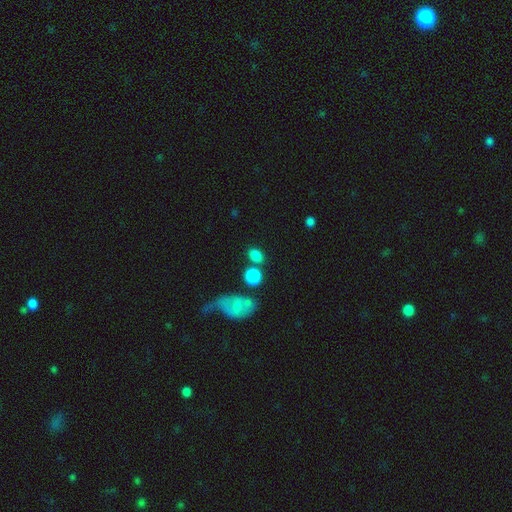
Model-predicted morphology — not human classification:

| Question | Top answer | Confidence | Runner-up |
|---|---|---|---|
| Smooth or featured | smooth | 83% | star or artifact (10%) |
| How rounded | in between | 60% | round (38%) |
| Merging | none | 61% | merger (20%) |